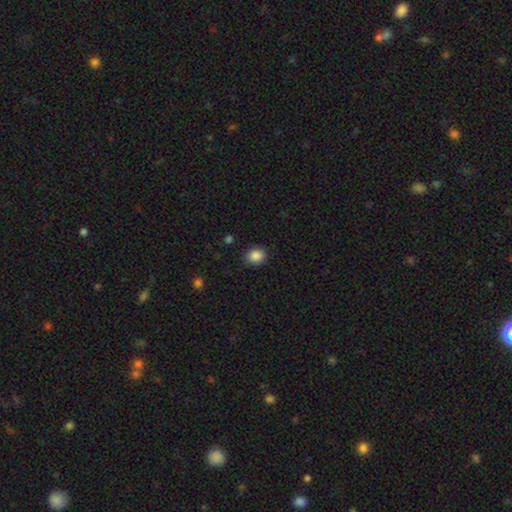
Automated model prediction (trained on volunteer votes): Smooth or featured?
  - smooth: 87% *
  - star or artifact: 9%
  - featured or disk: 3%
How rounded?
  - round: 62% *
  - in between: 37%
  - cigar-shaped: 1%
Merging?
  - none: 87% *
  - minor disturbance: 9%
  - major disturbance: 2%
  - merger: 1%